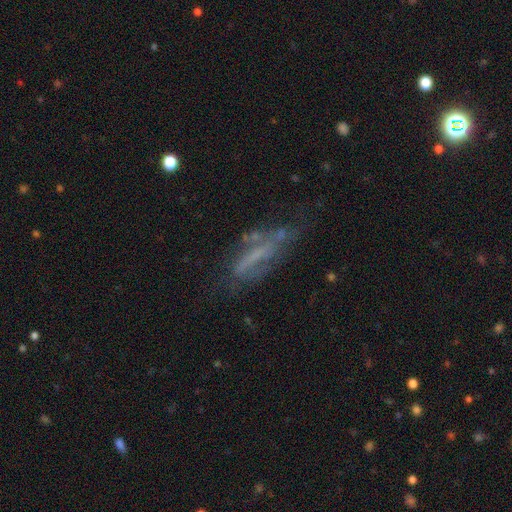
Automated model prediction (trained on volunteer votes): A featured or disk galaxy (56%).

Vote fractions:
- Smooth or featured? featured or disk: 56% / smooth: 30% / star or artifact: 15%
- Edge-on disk? no: 74% / yes: 26%
- Merging? none: 41% / minor disturbance: 27% / major disturbance: 25% / merger: 6%